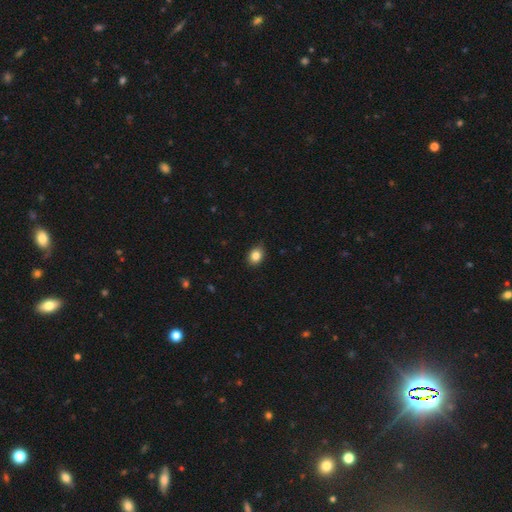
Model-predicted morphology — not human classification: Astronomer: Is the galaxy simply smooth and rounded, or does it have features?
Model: smooth — 84%.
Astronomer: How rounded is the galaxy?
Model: in between — 54% (runner-up: round, 45%).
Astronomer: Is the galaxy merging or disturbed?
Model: none — 85%.